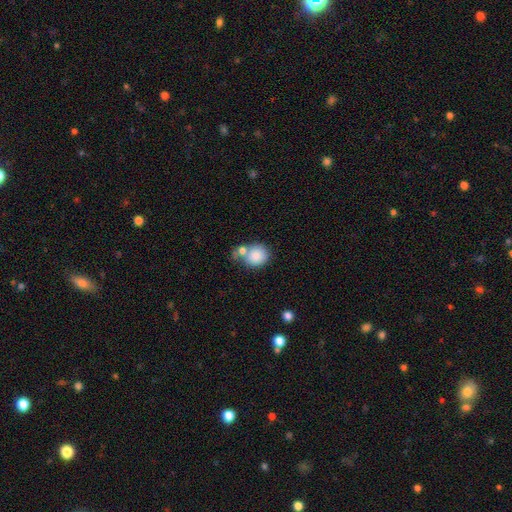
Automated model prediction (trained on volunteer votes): smooth_or_featured: smooth (p=0.84) [alt: star or artifact p=0.08]
how_rounded: round (p=0.74) [alt: in between p=0.25]
merging: none (p=0.43) [alt: merger p=0.38]